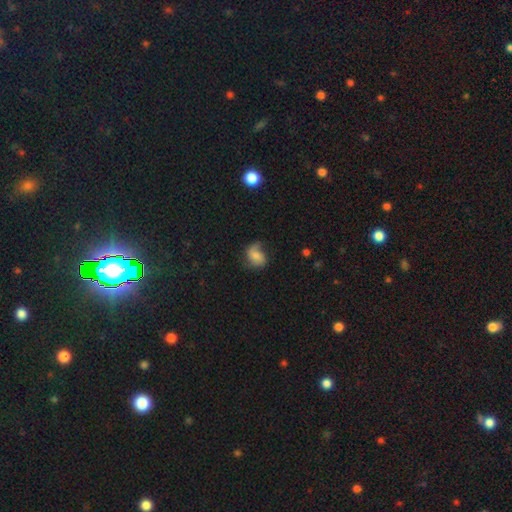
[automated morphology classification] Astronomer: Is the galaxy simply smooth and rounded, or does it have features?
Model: smooth — 53% (runner-up: featured or disk, 37%).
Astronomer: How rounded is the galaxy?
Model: in between — 63%.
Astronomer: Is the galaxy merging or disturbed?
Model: none — 47% (runner-up: minor disturbance, 31%).